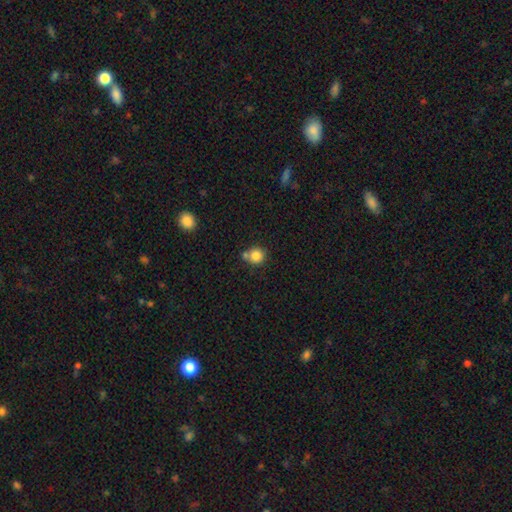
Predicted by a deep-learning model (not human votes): Smooth or featured? Predicted: smooth (p=0.83). How rounded? Predicted: round (p=0.91). Merging? Predicted: none (p=0.60).